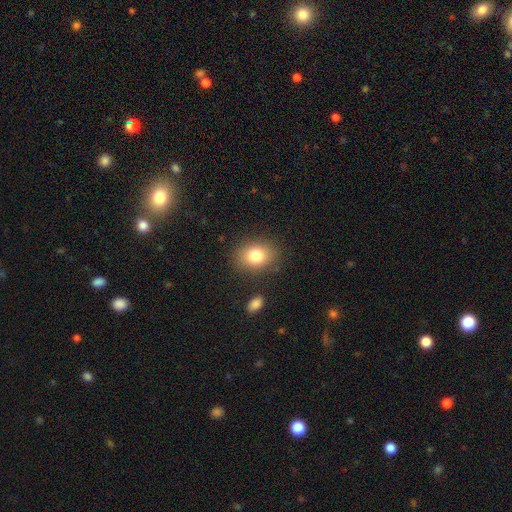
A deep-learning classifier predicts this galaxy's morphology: A smooth galaxy with no disk features (80%) that is in between round and cigar-shaped (60%). Merging: none (84%).